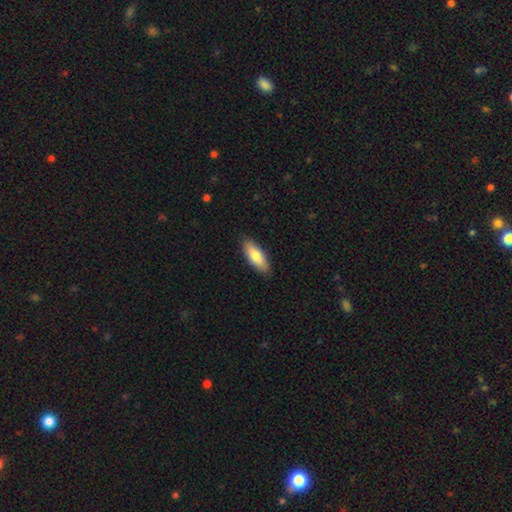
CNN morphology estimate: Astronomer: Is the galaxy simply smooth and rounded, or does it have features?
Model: smooth — 80%.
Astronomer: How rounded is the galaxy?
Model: in between — 73%.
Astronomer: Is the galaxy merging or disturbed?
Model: none — 87%.